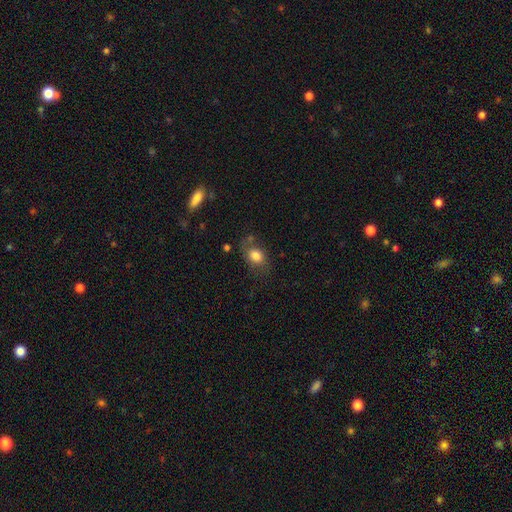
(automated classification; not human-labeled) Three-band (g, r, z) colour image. It shows a smooth galaxy with no disk features (78%) that is in between round and cigar-shaped (62%). Merging: none (62%).